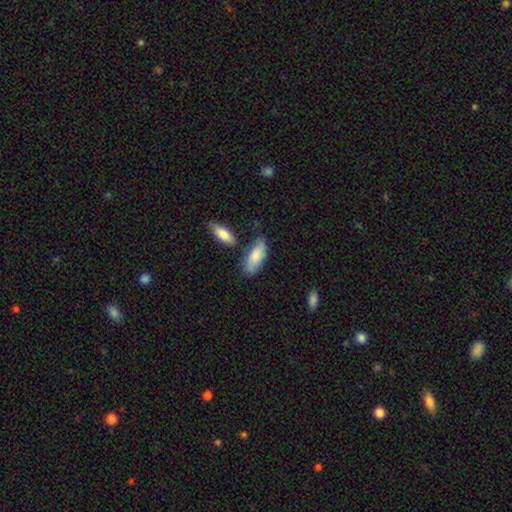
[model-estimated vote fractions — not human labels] A smooth galaxy with no disk features (81%) that is in between round and cigar-shaped (83%).

Vote fractions:
- Smooth or featured? smooth: 81% / featured or disk: 13% / star or artifact: 5%
- How rounded? in between: 83% / cigar-shaped: 15% / round: 2%
- Merging? none: 65% / minor disturbance: 21% / merger: 9% / major disturbance: 5%